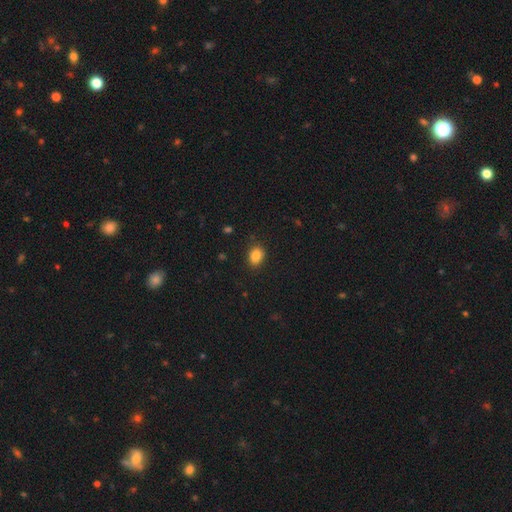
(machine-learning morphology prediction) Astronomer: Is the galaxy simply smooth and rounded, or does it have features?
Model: smooth — 86%.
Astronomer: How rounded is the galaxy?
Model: in between — 63%.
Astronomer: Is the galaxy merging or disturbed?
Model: none — 85%.